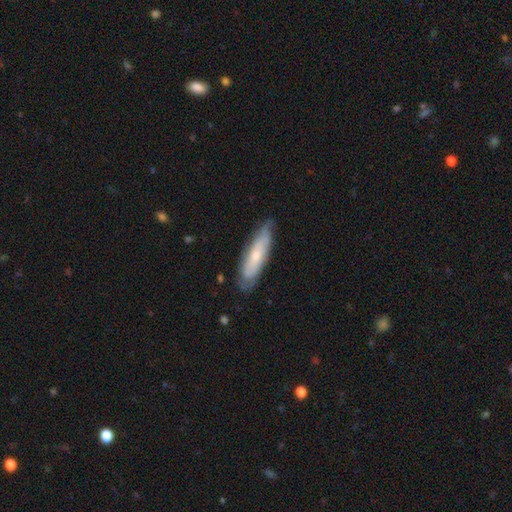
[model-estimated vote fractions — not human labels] Smooth or featured: smooth — 48% (featured or disk — 45%)
Merging: none — 76% (minor disturbance — 19%)